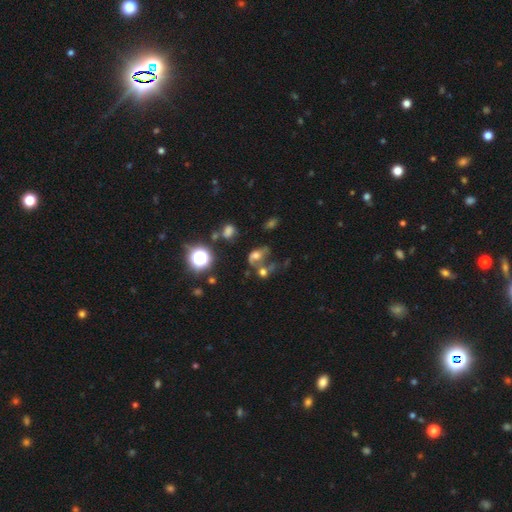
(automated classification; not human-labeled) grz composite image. It shows a smooth galaxy with no disk features (42%). Merging: merger (33%).